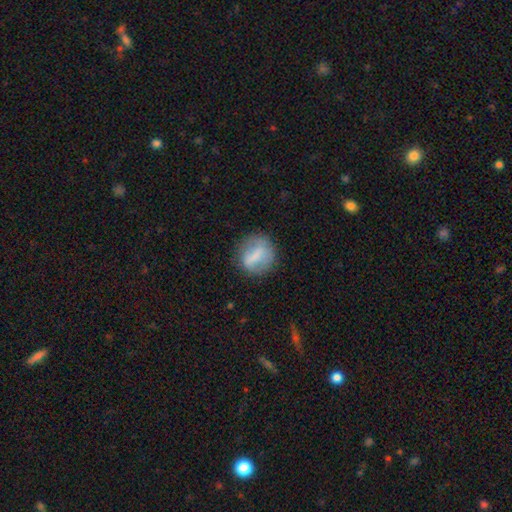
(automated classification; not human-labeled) A smooth galaxy with no disk features (60%) that is round (72%). Merging: none (73%).